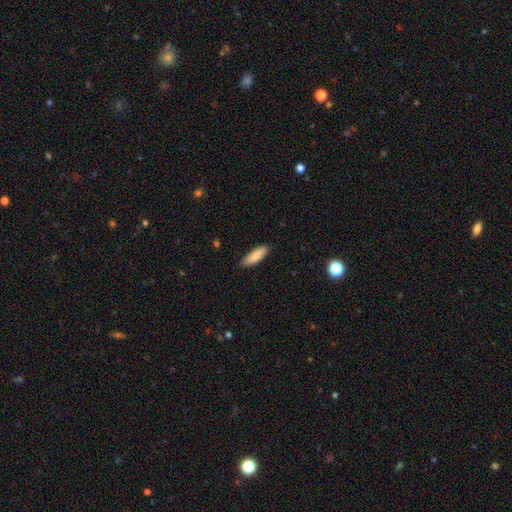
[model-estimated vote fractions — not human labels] A smooth galaxy with no disk features (86%) that is in between round and cigar-shaped (51%).

Vote fractions:
- Smooth or featured? smooth: 86% / featured or disk: 8% / star or artifact: 6%
- How rounded? in between: 51% / cigar-shaped: 48% / round: 1%
- Merging? none: 86% / minor disturbance: 11% / major disturbance: 2% / merger: 1%